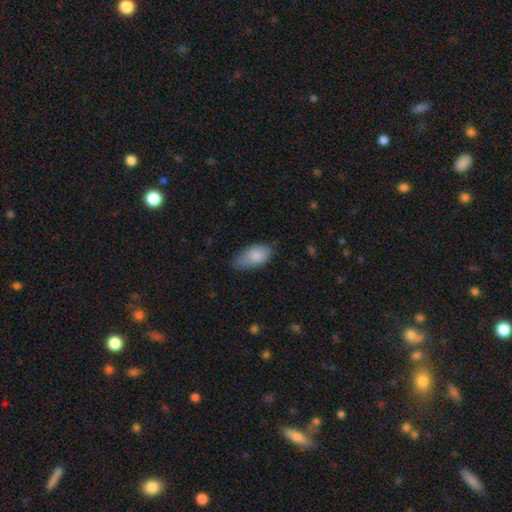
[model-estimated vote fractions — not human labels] smooth-or-featured: smooth: 84% | featured or disk: 9% | star or artifact: 6%
  how-rounded: in between: 92% | cigar-shaped: 4% | round: 3%
  merging: none: 56% | minor disturbance: 34% | major disturbance: 8% | merger: 2%